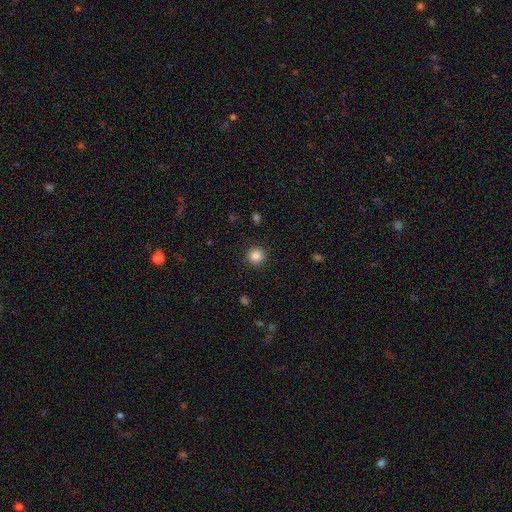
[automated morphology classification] Smooth or featured? smooth (86%)
How rounded? round (94%)
Merging? none (91%)